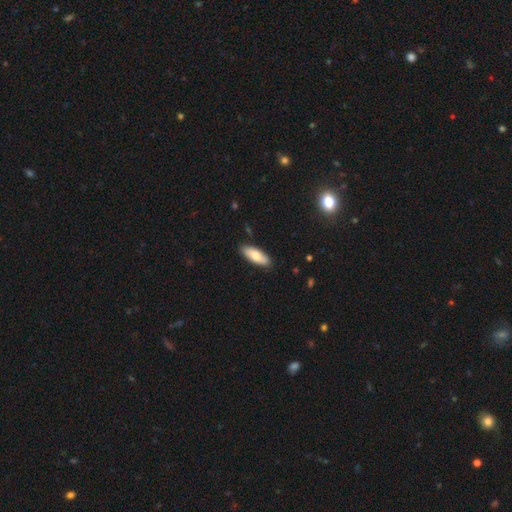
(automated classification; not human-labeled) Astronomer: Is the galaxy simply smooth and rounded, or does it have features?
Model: smooth — 77%.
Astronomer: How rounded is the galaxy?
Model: in between — 75%.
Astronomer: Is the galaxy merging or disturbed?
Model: none — 87%.